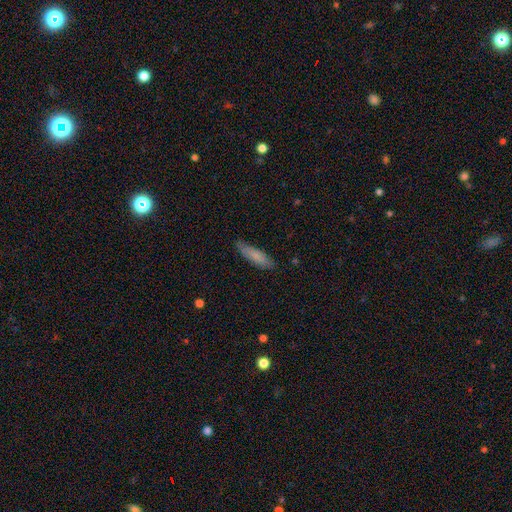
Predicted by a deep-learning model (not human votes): Smooth or featured?
  - smooth: 77% *
  - featured or disk: 17%
  - star or artifact: 6%
How rounded?
  - cigar-shaped: 69% *
  - in between: 29%
  - round: 1%
Merging?
  - none: 80% *
  - minor disturbance: 16%
  - major disturbance: 3%
  - merger: 1%